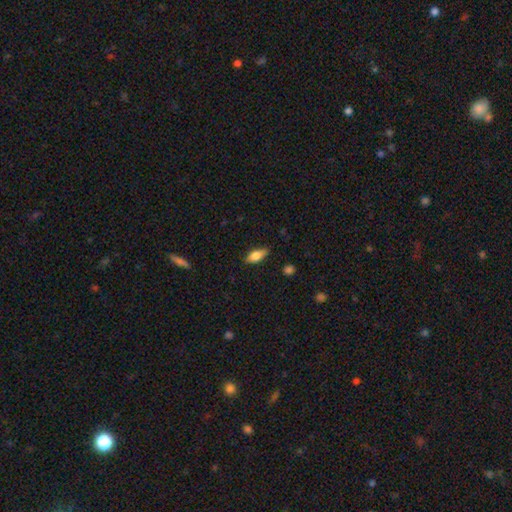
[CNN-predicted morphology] Smooth or featured?
  - smooth: 76% *
  - featured or disk: 17%
  - star or artifact: 7%
How rounded?
  - in between: 81% *
  - cigar-shaped: 16%
  - round: 3%
Merging?
  - none: 80% *
  - minor disturbance: 16%
  - major disturbance: 3%
  - merger: 1%